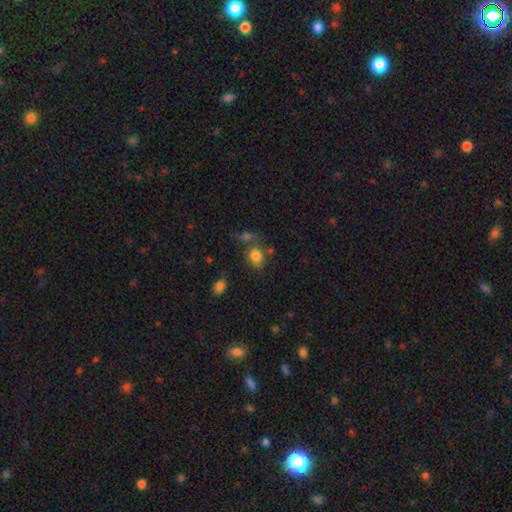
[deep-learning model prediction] Smooth or featured? smooth (80%)
How rounded? round (59%)
Merging? none (55%)